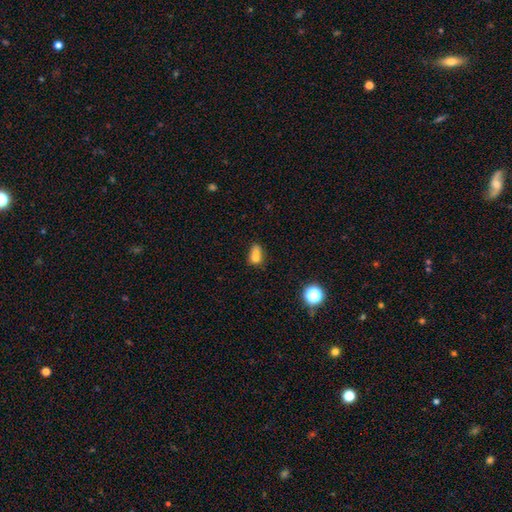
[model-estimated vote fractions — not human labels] Smooth or featured? Predicted: smooth (p=0.66). How rounded? Predicted: in between (p=0.51). Merging? Predicted: merger (p=0.62).